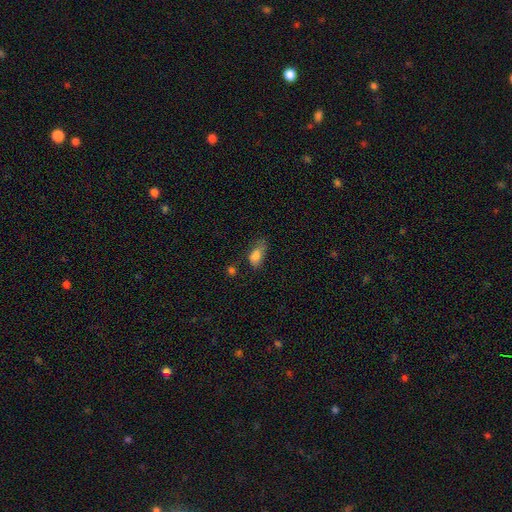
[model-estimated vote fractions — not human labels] Q: Smooth or featured?
A: smooth (81%); runner-up: featured or disk (10%)
Q: How rounded?
A: in between (87%); runner-up: round (7%)
Q: Merging?
A: none (40%); runner-up: minor disturbance (38%)